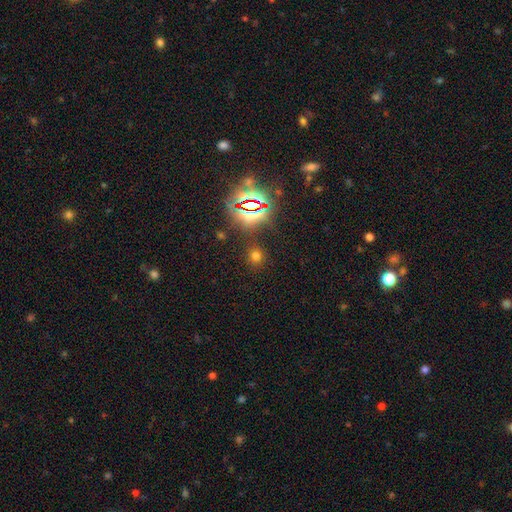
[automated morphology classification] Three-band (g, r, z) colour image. It shows a smooth galaxy with no disk features (62%) that is round (85%). Merging: none (84%).